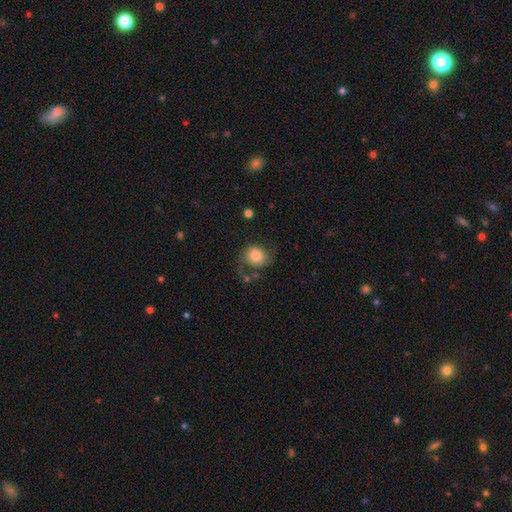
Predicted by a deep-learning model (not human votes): Smooth or featured: smooth — 71% (featured or disk — 20%)
How rounded: round — 73% (in between — 26%)
Merging: none — 50% (minor disturbance — 23%)